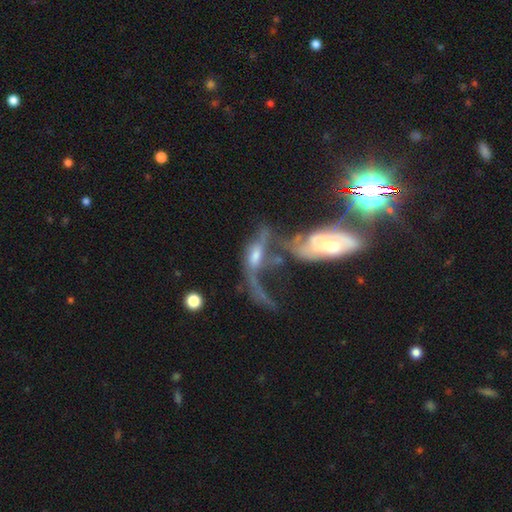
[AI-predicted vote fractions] A featured or disk galaxy (65%) with no bar (57%), spiral arms (64%) and a moderate central bulge (40%).

Vote fractions:
- Smooth or featured? featured or disk: 65% / smooth: 24% / star or artifact: 11%
- Edge-on disk? no: 80% / yes: 20%
- Bar? no: 57% / weak: 30% / strong: 13%
- Spiral arms? yes: 64% / no: 36%
- Bulge size? moderate: 40% / small: 24% / none: 16% / large: 16% / dominant: 3%
- Merging? merger: 59% / major disturbance: 23% / none: 11% / minor disturbance: 7%